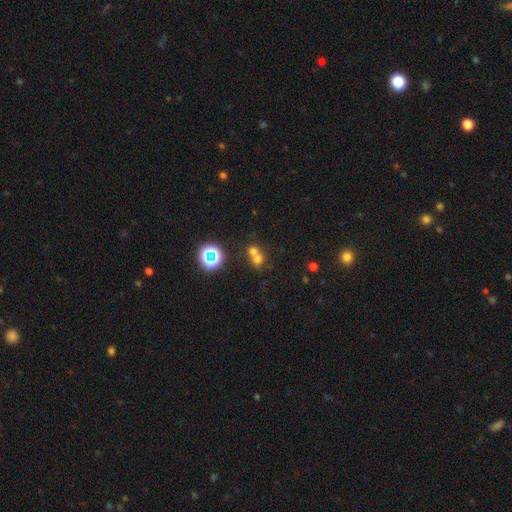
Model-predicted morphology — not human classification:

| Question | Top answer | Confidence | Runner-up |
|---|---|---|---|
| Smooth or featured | smooth | 60% | star or artifact (25%) |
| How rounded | round | 80% | in between (19%) |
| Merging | merger | 58% | none (33%) |